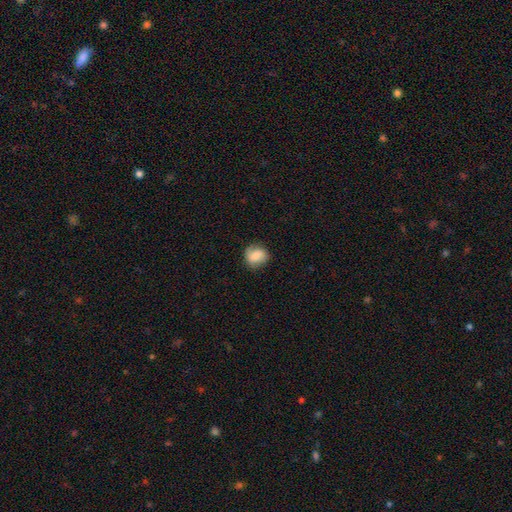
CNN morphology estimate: This is likely a smooth galaxy (71%). How rounded: likely round (76%). Merging: likely none (78%).